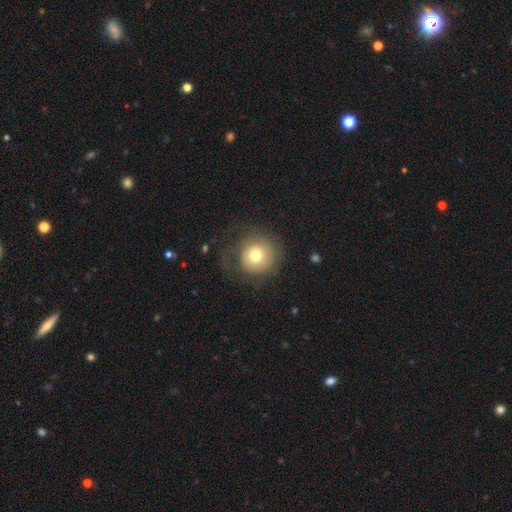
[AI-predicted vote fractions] Overall: smooth (70%). How rounded: round (92%). Merging: none (63%).